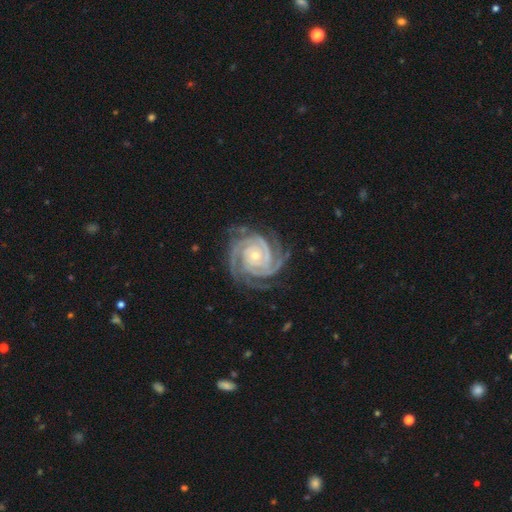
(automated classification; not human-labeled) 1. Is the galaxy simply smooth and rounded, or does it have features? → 93% featured or disk, 4% star or artifact, 3% smooth.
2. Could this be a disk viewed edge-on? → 98% no, 2% yes.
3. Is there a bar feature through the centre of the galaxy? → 75% no, 17% weak, 9% strong.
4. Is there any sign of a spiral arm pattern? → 99% yes, 1% no.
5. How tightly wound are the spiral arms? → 81% tight, 18% medium, 2% loose.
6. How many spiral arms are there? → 36% 3, 34% 4, 10% 2, 8% can't tell, 7% more than 4, 5% 1.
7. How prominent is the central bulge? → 68% small, 29% moderate, 1% large, 1% none, 1% dominant.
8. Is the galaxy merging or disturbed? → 77% none, 16% minor disturbance, 6% major disturbance, 1% merger.